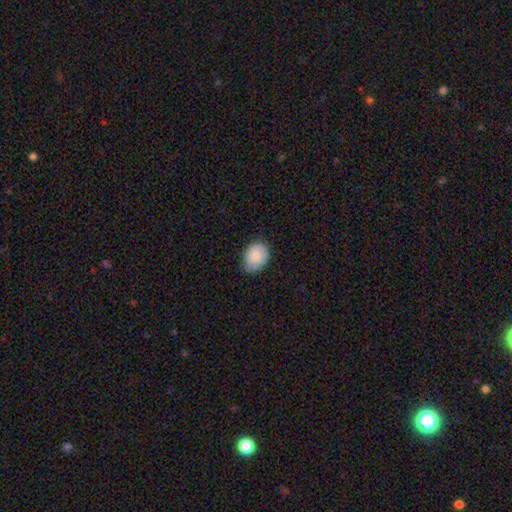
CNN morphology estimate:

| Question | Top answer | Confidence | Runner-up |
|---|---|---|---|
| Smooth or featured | smooth | 84% | featured or disk (9%) |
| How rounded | in between | 63% | round (36%) |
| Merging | none | 69% | minor disturbance (26%) |